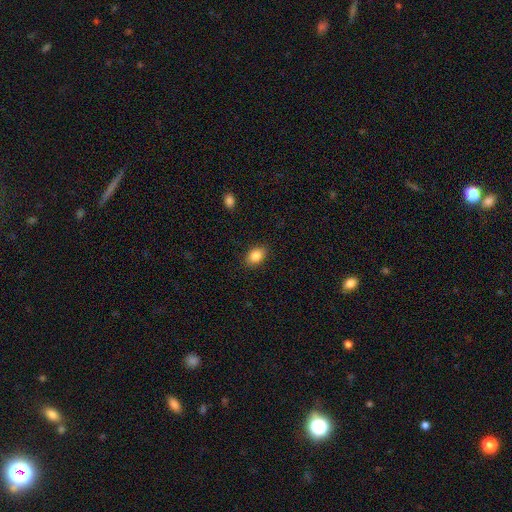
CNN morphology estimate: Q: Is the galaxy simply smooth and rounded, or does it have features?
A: smooth — 85%.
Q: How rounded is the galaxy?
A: in between — 76%.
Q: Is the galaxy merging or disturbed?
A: none — 88%.